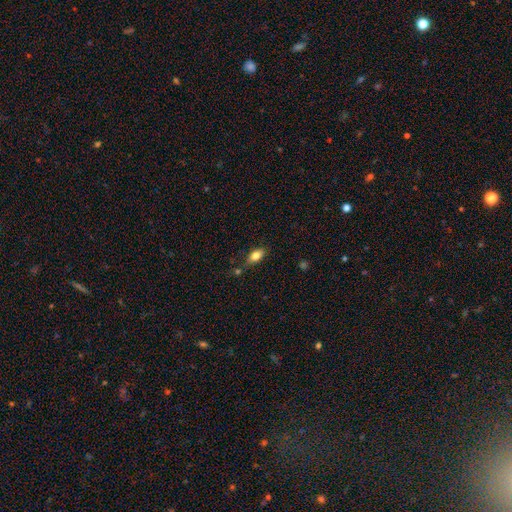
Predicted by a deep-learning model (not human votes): Smooth or featured? Predicted: smooth (p=0.80). How rounded? Predicted: in between (p=0.88). Merging? Predicted: none (p=0.71).